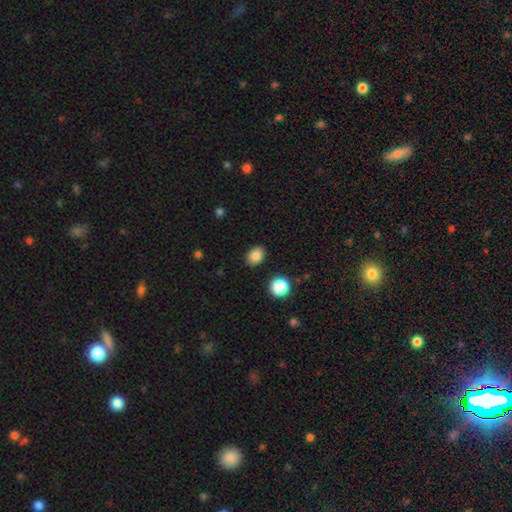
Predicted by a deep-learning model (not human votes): Smooth or featured: smooth — 86% (star or artifact — 10%)
How rounded: in between — 65% (round — 34%)
Merging: none — 88% (minor disturbance — 8%)